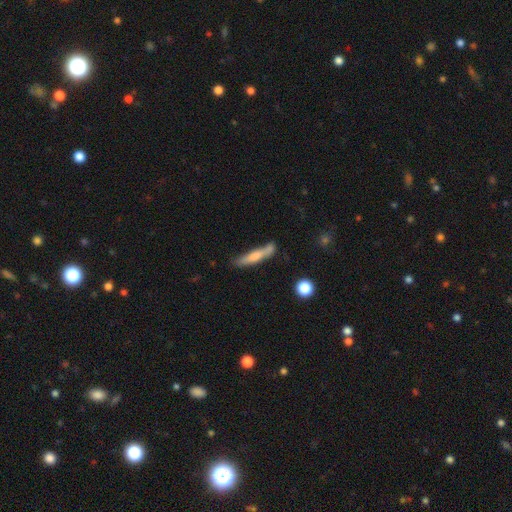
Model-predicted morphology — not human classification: type=smooth (65%); roundness=cigar-shaped (89%); merging=none (62%).